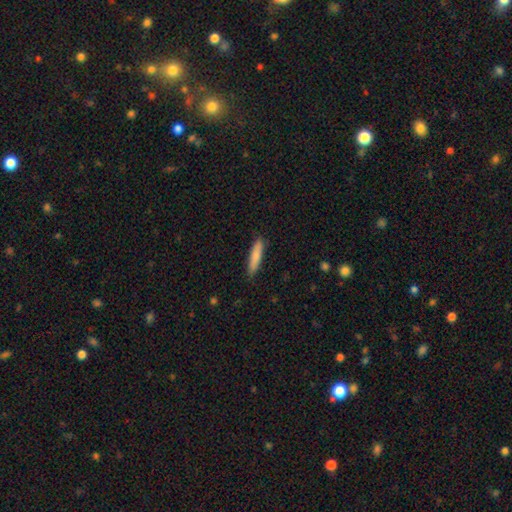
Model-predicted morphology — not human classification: A smooth galaxy with no disk features (82%) that is cigar-shaped (85%). Merging: none (86%).